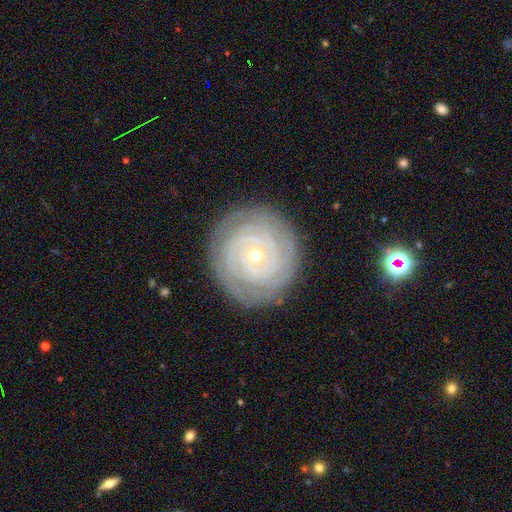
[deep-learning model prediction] Q: Smooth or featured?
A: featured or disk (84%); runner-up: smooth (10%)
Q: Edge-on disk?
A: no (97%); runner-up: yes (3%)
Q: Bar?
A: no (76%); runner-up: weak (18%)
Q: Spiral arms?
A: yes (94%); runner-up: no (6%)
Q: Spiral winding?
A: tight (89%); runner-up: medium (9%)
Q: Spiral arm count?
A: can't tell (32%); runner-up: 2 (21%)
Q: Bulge size?
A: small (65%); runner-up: moderate (33%)
Q: Merging?
A: none (86%); runner-up: minor disturbance (10%)